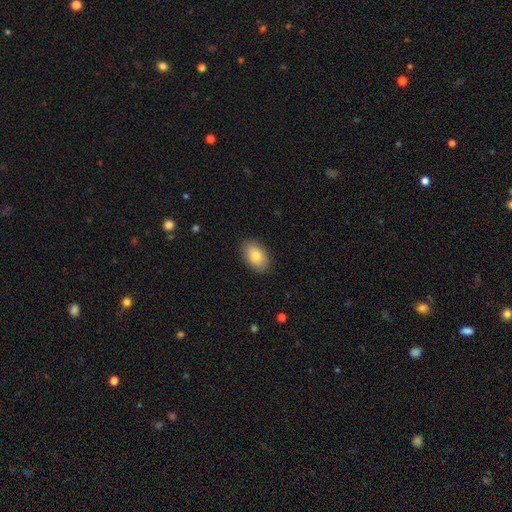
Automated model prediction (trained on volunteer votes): Smooth or featured? smooth (83%)
How rounded? in between (91%)
Merging? none (87%)